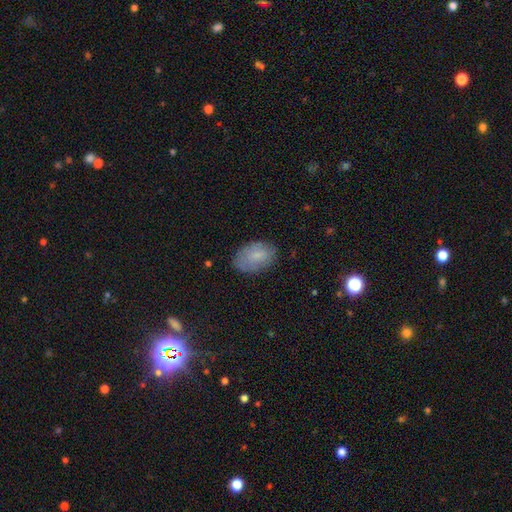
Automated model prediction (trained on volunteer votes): smooth-or-featured: smooth: 75% | featured or disk: 17% | star or artifact: 8%
  how-rounded: in between: 90% | round: 8% | cigar-shaped: 1%
  merging: none: 76% | minor disturbance: 19% | major disturbance: 5% | merger: 1%